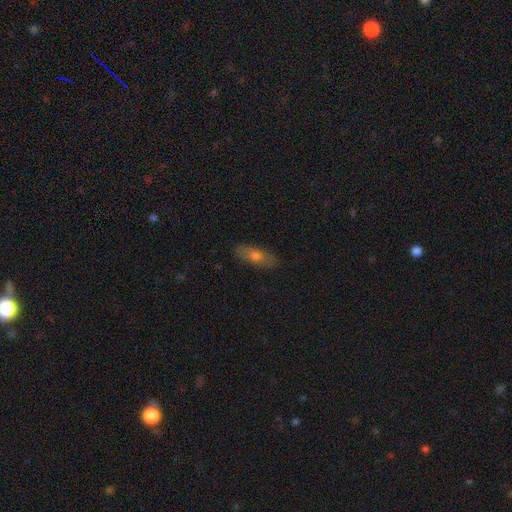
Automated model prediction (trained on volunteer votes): The model was most divided on "smooth or featured": smooth: 64%, featured or disk: 28%, star or artifact: 8%. More confident: merging — none (86%); how rounded — in between (66%).